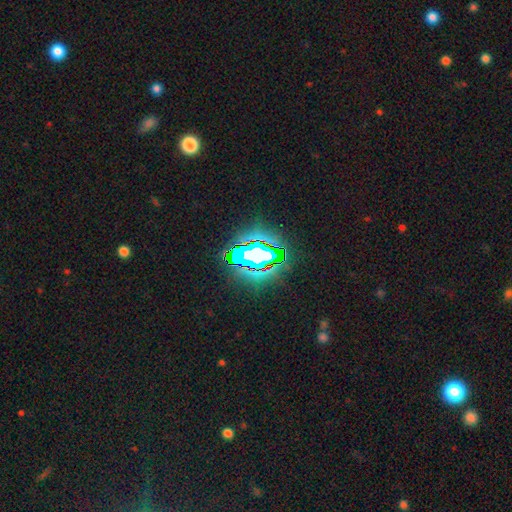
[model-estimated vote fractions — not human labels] Smooth or featured?
  - star or artifact: 65% *
  - smooth: 18%
  - featured or disk: 16%